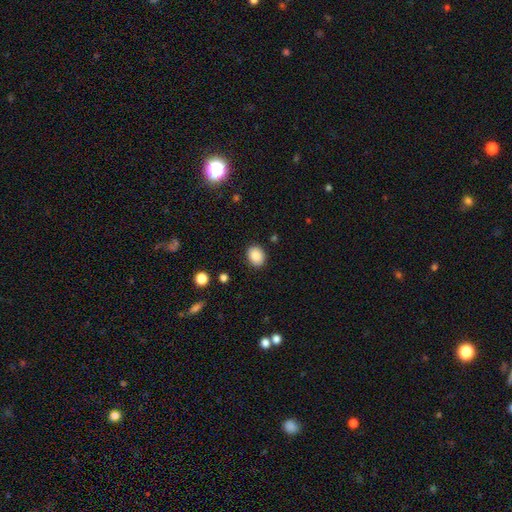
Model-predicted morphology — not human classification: A smooth galaxy with no disk features (87%) that is in between round and cigar-shaped (52%). Merging: none (87%).